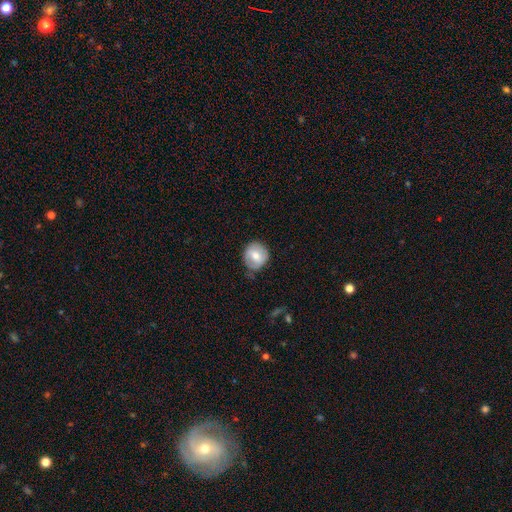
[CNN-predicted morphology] Q: Smooth or featured?
A: smooth (62%); runner-up: featured or disk (31%)
Q: How rounded?
A: round (81%); runner-up: in between (18%)
Q: Merging?
A: none (67%); runner-up: minor disturbance (25%)